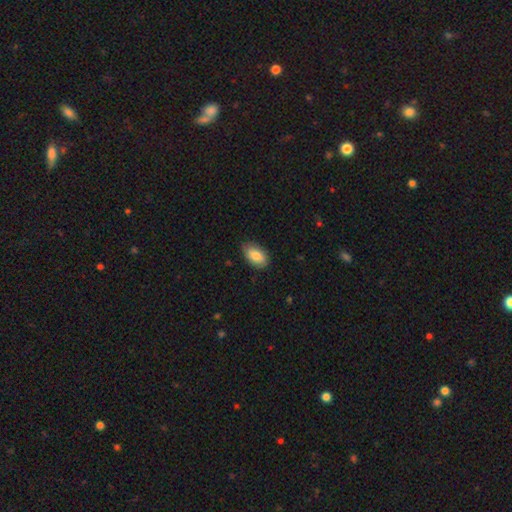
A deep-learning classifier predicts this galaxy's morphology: This is clearly a smooth galaxy (85%). How rounded: clearly in between (93%). Merging: likely none (78%).